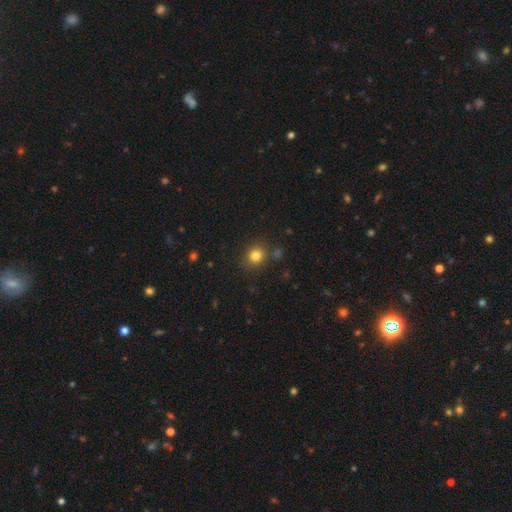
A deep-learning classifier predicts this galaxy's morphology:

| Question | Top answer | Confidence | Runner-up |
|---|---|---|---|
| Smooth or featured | smooth | 81% | star or artifact (12%) |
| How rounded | round | 76% | in between (23%) |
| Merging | none | 81% | minor disturbance (11%) |